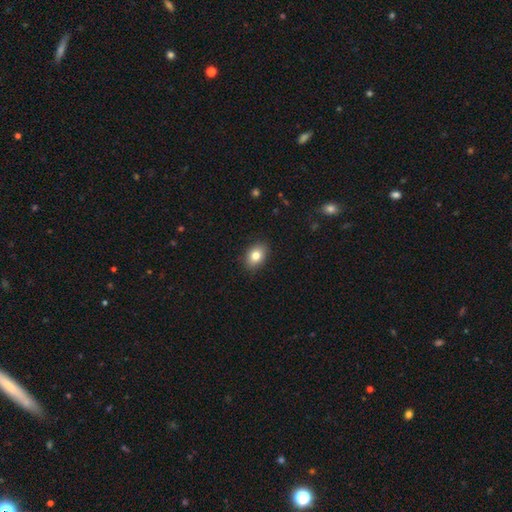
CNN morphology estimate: Overall: smooth (81%). How rounded: in between (76%). Merging: none (89%).